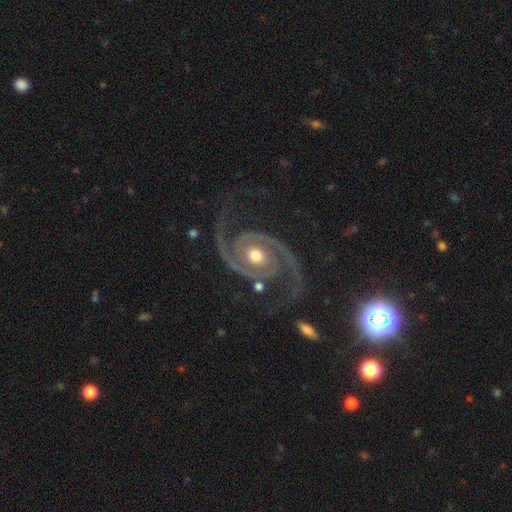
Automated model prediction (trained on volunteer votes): Smooth or featured? Predicted: featured or disk (p=0.93). Edge-on disk? Predicted: no (p=0.98). Bar? Predicted: no (p=0.74). Spiral arms? Predicted: yes (p=0.99). Spiral winding? Predicted: medium (p=0.52). Spiral arm count? Predicted: 2 (p=0.95). Bulge size? Predicted: moderate (p=0.78). Merging? Predicted: none (p=0.79).